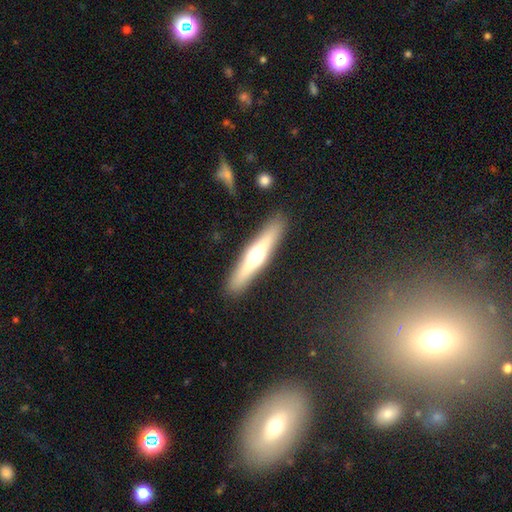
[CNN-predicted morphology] The model was most divided on "smooth or featured": featured or disk: 54%, smooth: 40%, star or artifact: 6%. More confident: edge-on disk — yes (92%); merging — none (89%).